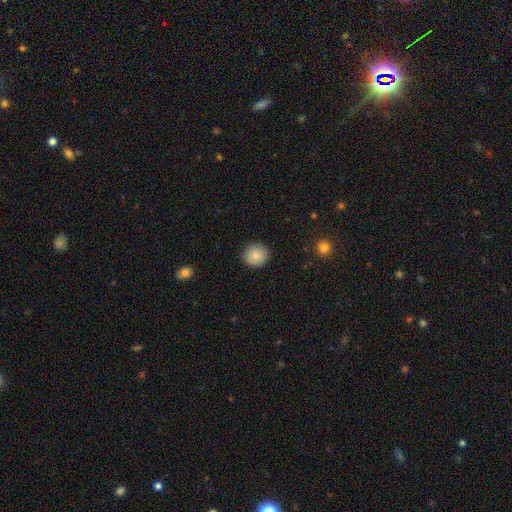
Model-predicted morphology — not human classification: Smooth or featured: smooth — 85% (star or artifact — 8%)
How rounded: round — 91% (in between — 8%)
Merging: none — 89% (minor disturbance — 8%)